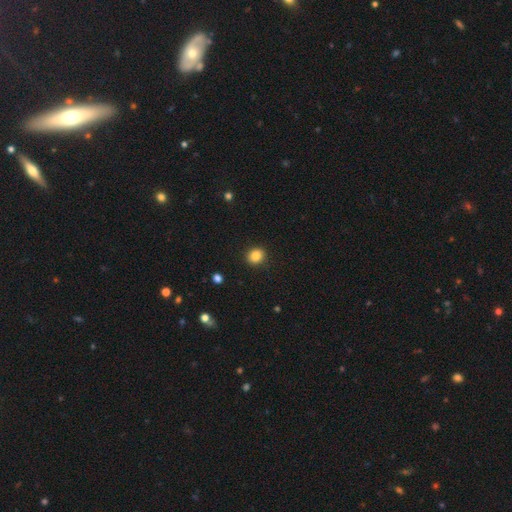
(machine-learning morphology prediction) Q: Smooth or featured?
A: smooth (86%); runner-up: star or artifact (10%)
Q: How rounded?
A: round (75%); runner-up: in between (24%)
Q: Merging?
A: none (91%); runner-up: minor disturbance (6%)